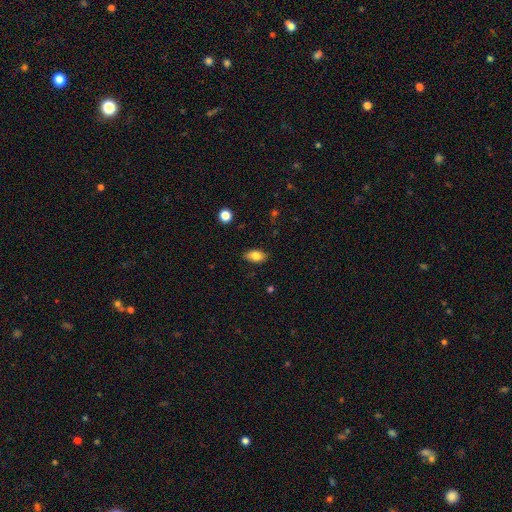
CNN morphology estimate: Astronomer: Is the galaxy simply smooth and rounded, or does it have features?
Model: smooth — 83%.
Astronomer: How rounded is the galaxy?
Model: in between — 90%.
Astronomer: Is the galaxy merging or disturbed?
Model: none — 85%.